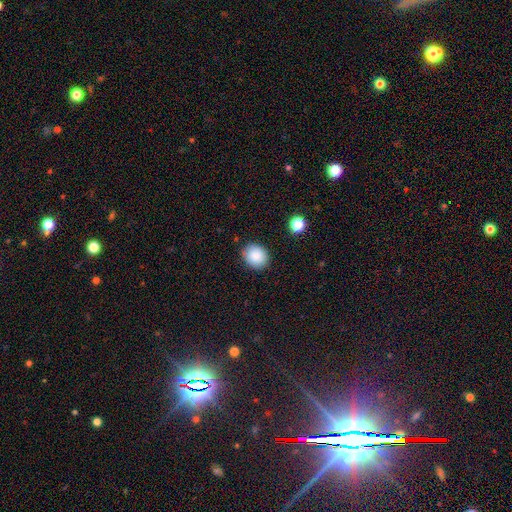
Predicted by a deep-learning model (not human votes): smooth 86%, star or artifact 8%, featured or disk 5%. Down the decision tree: how rounded — round (61%); merging — none (85%).